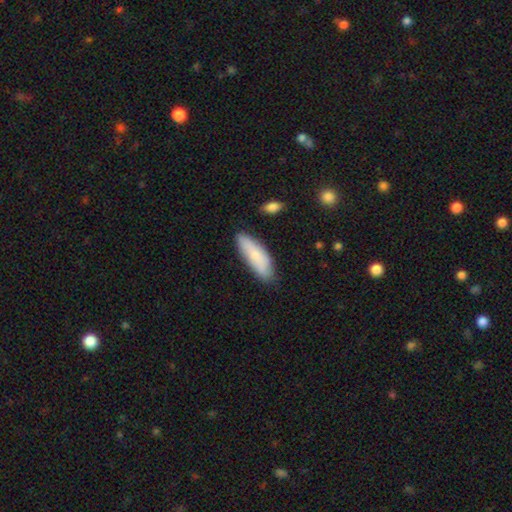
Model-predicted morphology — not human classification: Smooth or featured: smooth — 77% (featured or disk — 17%)
How rounded: in between — 57% (cigar-shaped — 41%)
Merging: none — 77% (minor disturbance — 17%)